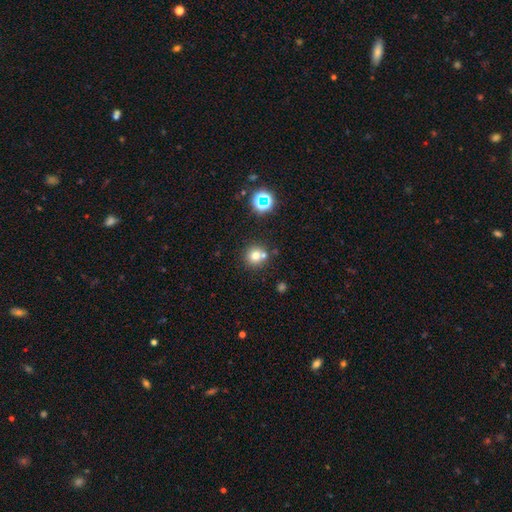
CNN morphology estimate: type=smooth (73%); roundness=round (93%); merging=none (68%).